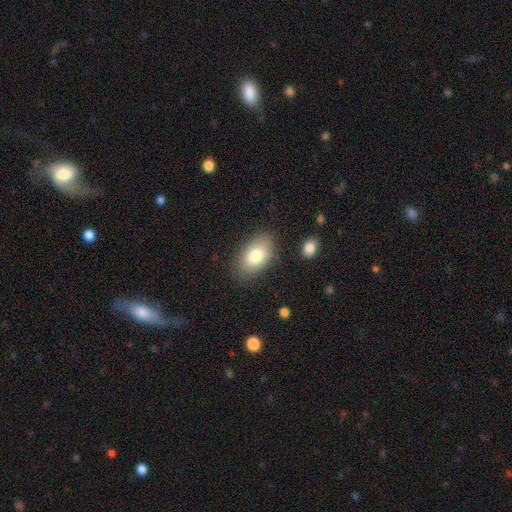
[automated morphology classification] Overall: smooth (81%). How rounded: in between (91%). Merging: none (82%).